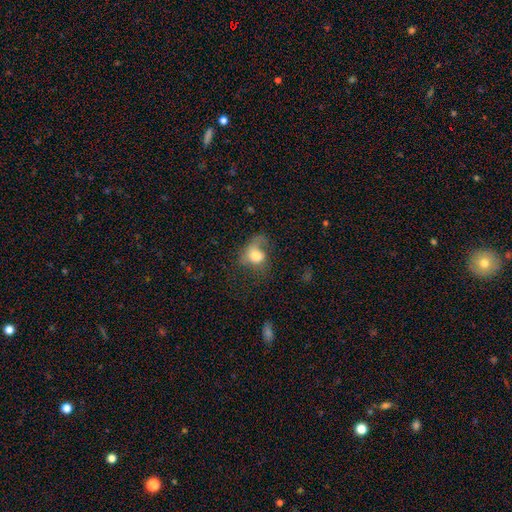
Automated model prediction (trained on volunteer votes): The model was most divided on "merging": major disturbance: 43%, none: 29%, minor disturbance: 25%, merger: 4%. More confident: smooth or featured — smooth (67%); how rounded — in between (58%).